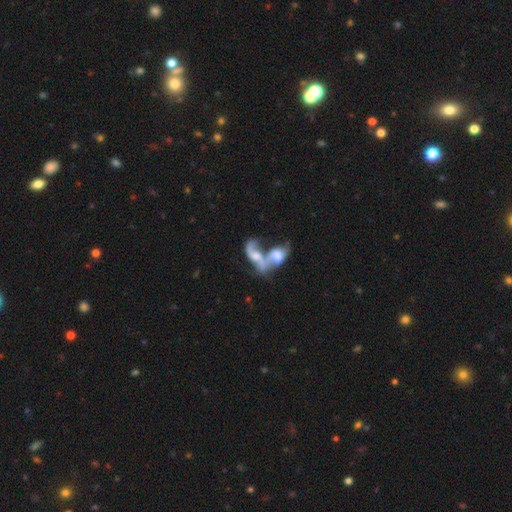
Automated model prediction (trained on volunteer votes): This appears to be a featured or disk galaxy (63%) with no bar (62%), spiral arms (70%) and a moderate central bulge (38%). Merging: merger (79%).